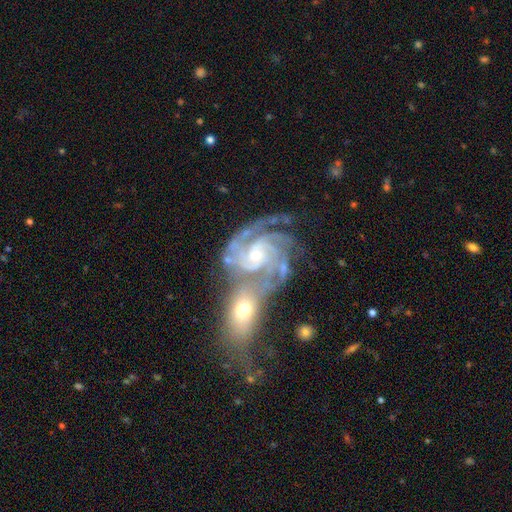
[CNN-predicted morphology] Smooth or featured: featured or disk — 91% (star or artifact — 5%)
Edge-on disk: no — 97% (yes — 3%)
Bar: no — 62% (weak — 28%)
Spiral arms: yes — 98% (no — 2%)
Spiral winding: tight — 63% (medium — 32%)
Spiral arm count: 3 — 40% (4 — 21%)
Bulge size: small — 65% (moderate — 31%)
Merging: merger — 43% (none — 34%)